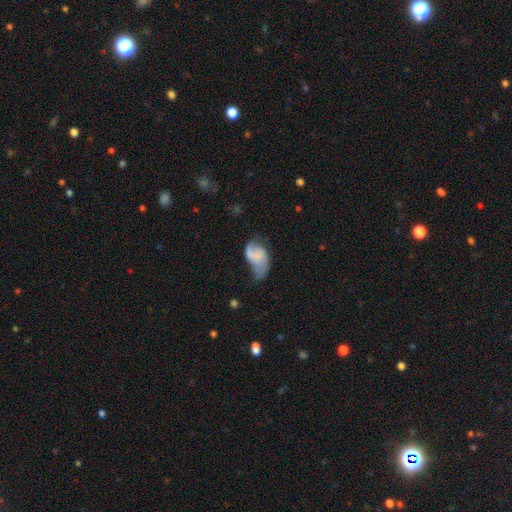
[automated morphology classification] Overall: smooth (47%; featured or disk 44%). Merging: major disturbance (36%; minor disturbance 33%).